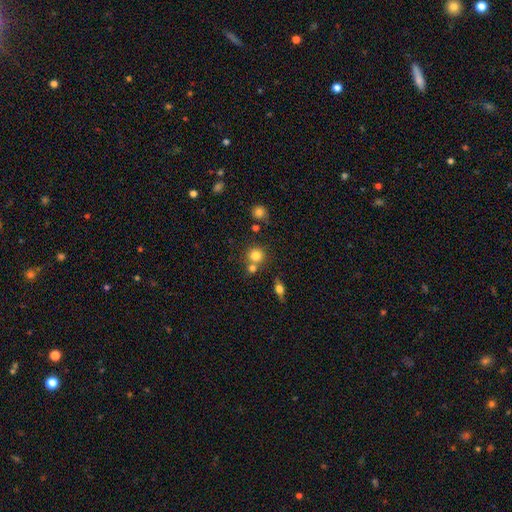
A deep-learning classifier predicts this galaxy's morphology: Smooth or featured? Predicted: smooth (p=0.79). How rounded? Predicted: round (p=0.89). Merging? Predicted: none (p=0.62).